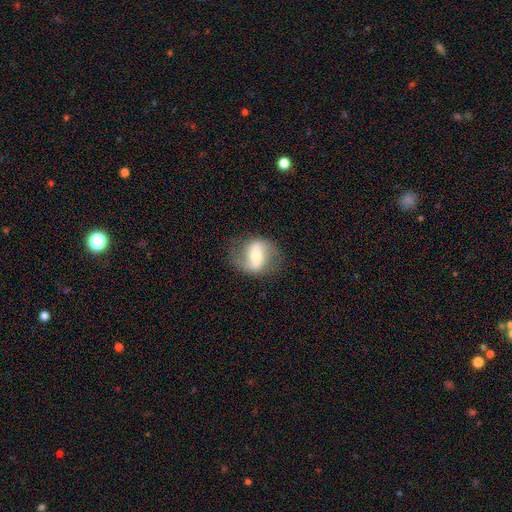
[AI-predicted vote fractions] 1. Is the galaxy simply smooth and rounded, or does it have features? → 72% featured or disk, 22% smooth, 7% star or artifact.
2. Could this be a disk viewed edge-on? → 94% no, 6% yes.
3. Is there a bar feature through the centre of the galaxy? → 54% strong, 31% weak, 15% no.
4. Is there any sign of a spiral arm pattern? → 82% yes, 18% no.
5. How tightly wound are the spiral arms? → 58% loose, 31% medium, 10% tight.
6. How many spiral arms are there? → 88% 2, 5% can't tell, 4% 1, 1% 3, 1% 4, 1% more than 4.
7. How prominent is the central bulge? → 49% moderate, 36% small, 9% large, 3% none, 2% dominant.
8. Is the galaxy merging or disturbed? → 74% none, 16% minor disturbance, 8% major disturbance, 1% merger.